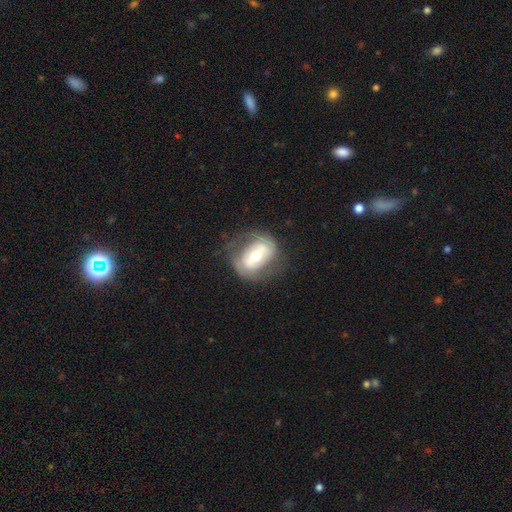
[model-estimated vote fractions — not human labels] This is likely a featured or disk galaxy (65%). It is clearly not viewed edge-on (93%). Bar: possibly strong (45%). Spiral arm pattern: possibly yes (57%). Central bulge: likely moderate (63%). Merging: likely none (65%).